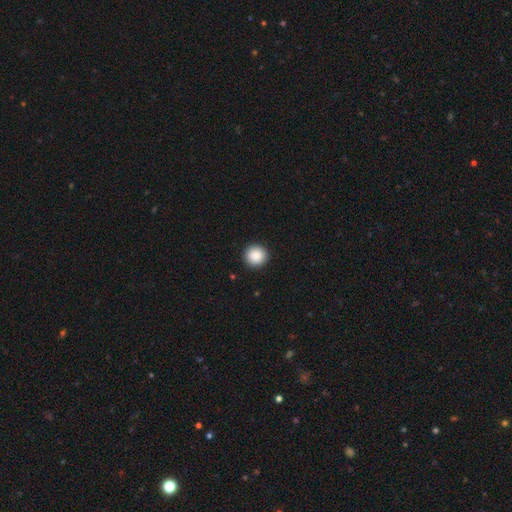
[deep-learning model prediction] smooth 89%, star or artifact 8%, featured or disk 3%. Down the decision tree: how rounded — round (95%); merging — none (93%).